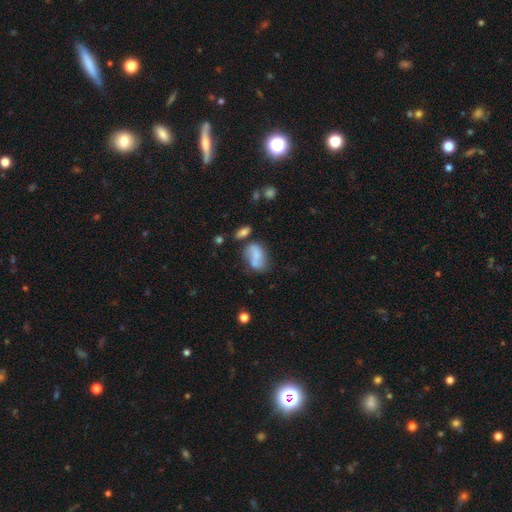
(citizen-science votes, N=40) Smooth or featured? smooth (68%)
How rounded? in between (81%)
Merging? none (33%)